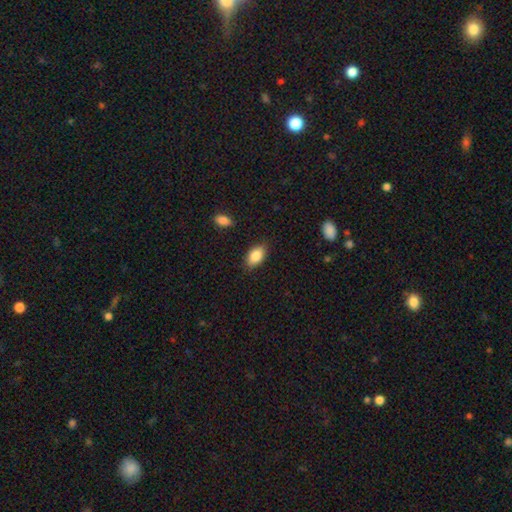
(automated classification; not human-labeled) smooth 86%, star or artifact 7%, featured or disk 7%. Down the decision tree: how rounded — in between (91%); merging — none (84%).